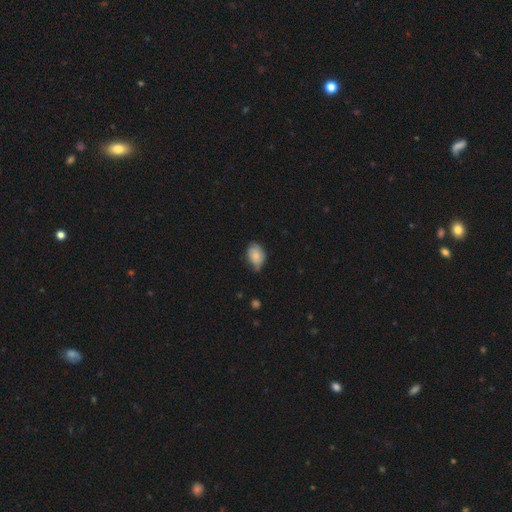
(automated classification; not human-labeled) Smooth or featured? Predicted: smooth (p=0.77). How rounded? Predicted: in between (p=0.78). Merging? Predicted: none (p=0.49).